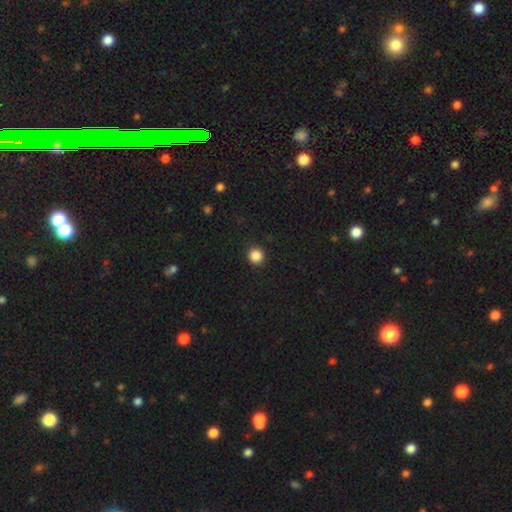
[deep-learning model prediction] Smooth or featured? smooth (87%)
How rounded? round (94%)
Merging? none (93%)